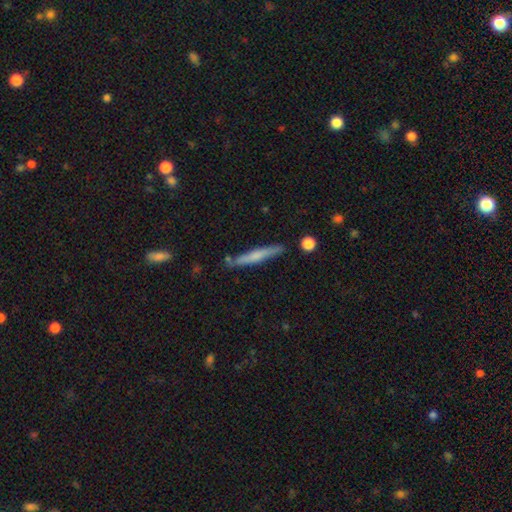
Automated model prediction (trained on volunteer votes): Smooth or featured? smooth (53%)
How rounded? cigar-shaped (95%)
Merging? none (83%)